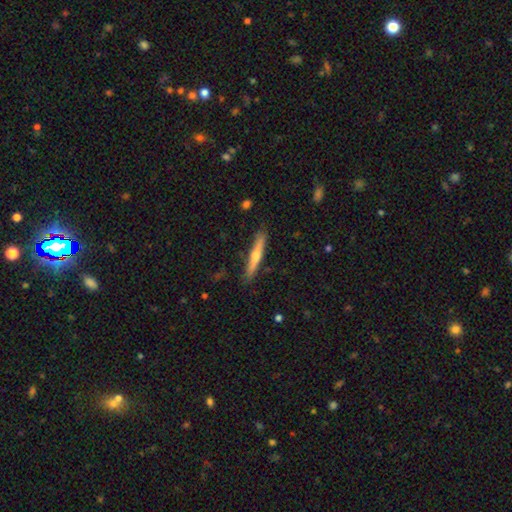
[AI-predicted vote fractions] Smooth or featured? Predicted: featured or disk (p=0.52). Edge-on disk? Predicted: yes (p=0.96). Merging? Predicted: none (p=0.87).